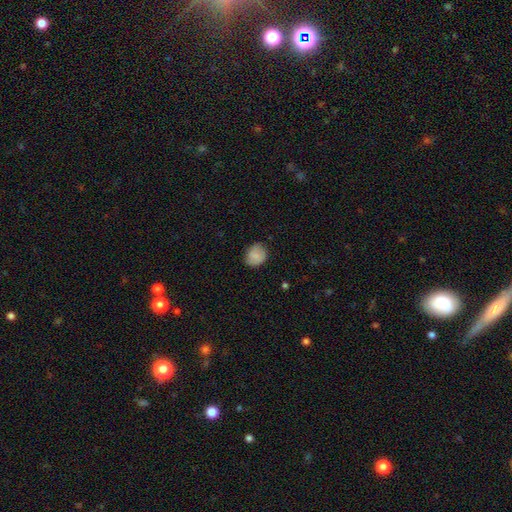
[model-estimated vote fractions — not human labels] This appears to be a smooth galaxy with no disk features (83%) that is round (64%). Merging: none (79%).